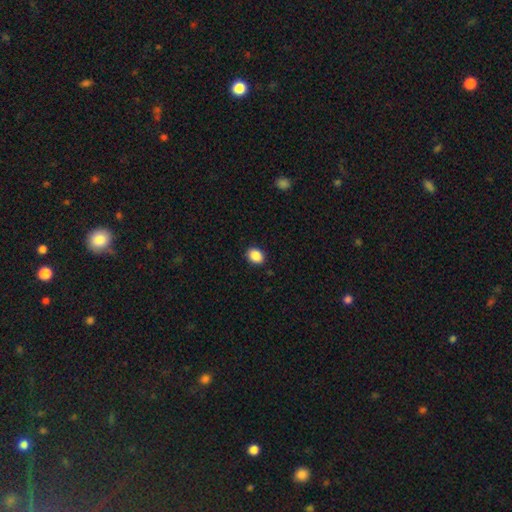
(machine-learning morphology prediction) Q: Smooth or featured?
A: smooth (88%); runner-up: star or artifact (9%)
Q: How rounded?
A: in between (58%); runner-up: round (41%)
Q: Merging?
A: none (90%); runner-up: minor disturbance (7%)